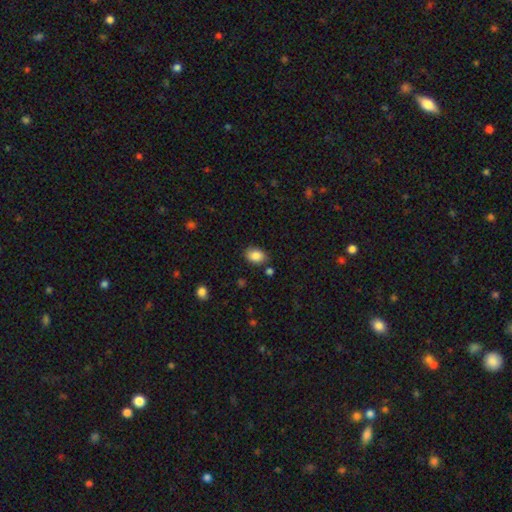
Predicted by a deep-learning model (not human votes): Smooth or featured?
  - smooth: 86% *
  - star or artifact: 8%
  - featured or disk: 5%
How rounded?
  - in between: 73% *
  - round: 26%
  - cigar-shaped: 1%
Merging?
  - none: 79% *
  - minor disturbance: 14%
  - merger: 4%
  - major disturbance: 3%